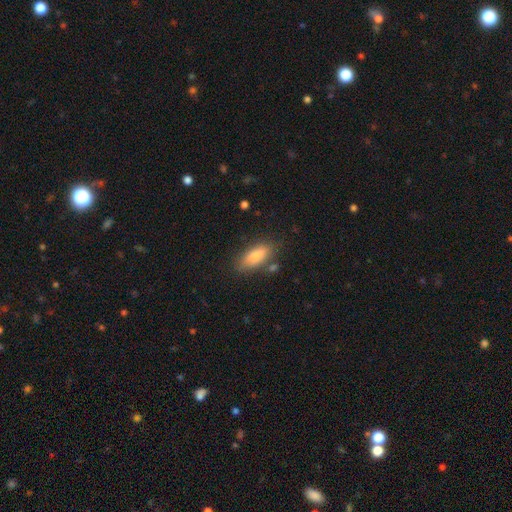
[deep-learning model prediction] This is clearly a smooth galaxy (81%). How rounded: likely in between (79%). Merging: likely none (78%).